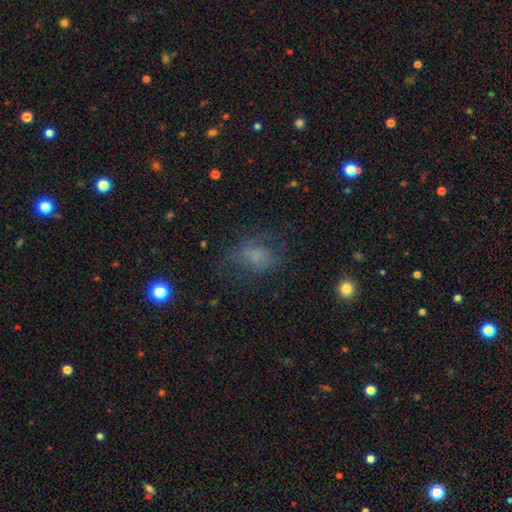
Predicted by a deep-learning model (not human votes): smooth_or_featured: smooth (p=0.57) [alt: featured or disk p=0.26]
how_rounded: in between (p=0.61) [alt: round p=0.37]
merging: none (p=0.54) [alt: major disturbance p=0.23]